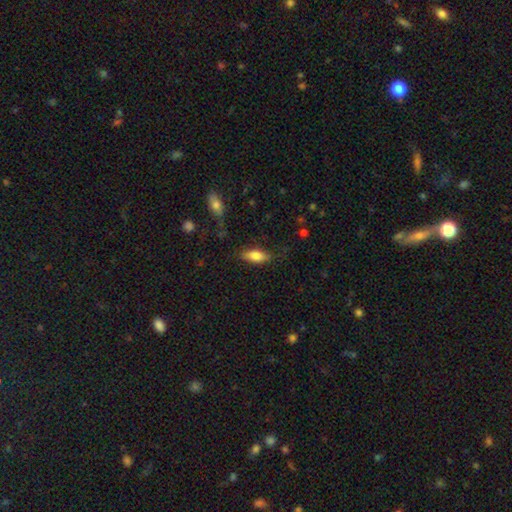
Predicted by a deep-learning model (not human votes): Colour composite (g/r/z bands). It shows a smooth galaxy with no disk features (79%) that is in between round and cigar-shaped (77%). Merging: none (75%).